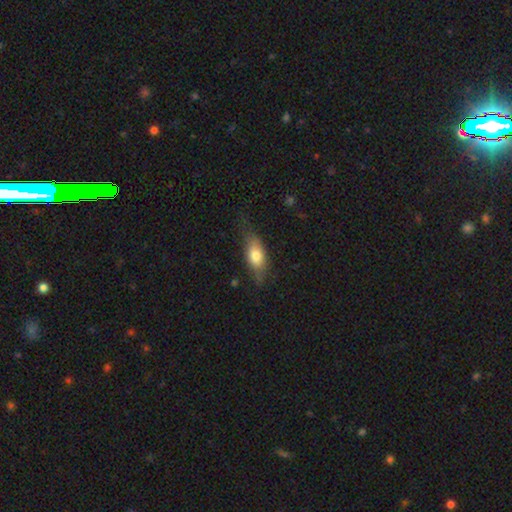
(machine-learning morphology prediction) Overall: smooth (71%). How rounded: in between (80%). Merging: none (61%; minor disturbance 27%).